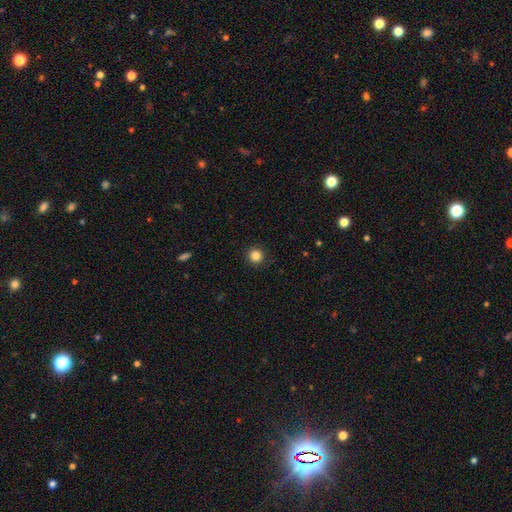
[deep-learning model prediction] A smooth galaxy with no disk features (85%) that is round (95%).

Vote fractions:
- Smooth or featured? smooth: 85% / star or artifact: 12% / featured or disk: 4%
- How rounded? round: 95% / in between: 4% / cigar-shaped: 1%
- Merging? none: 91% / minor disturbance: 6% / major disturbance: 2% / merger: 1%